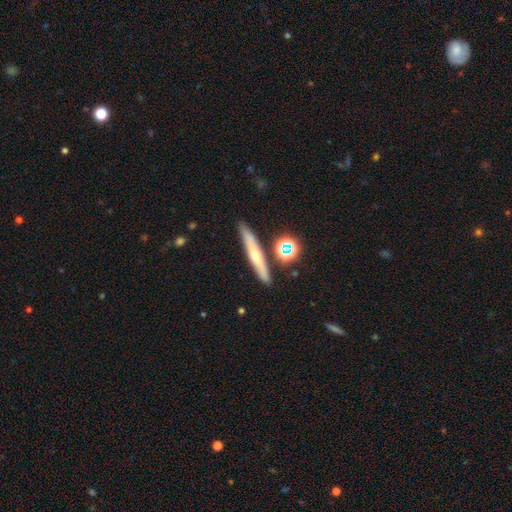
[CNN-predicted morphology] smooth-or-featured: featured or disk: 60% | smooth: 30% | star or artifact: 10%
  disk-edge-on: yes: 93% | no: 7%
    edge-on-bulge: rounded: 81% | none: 14% | boxy: 5%
  merging: none: 77% | merger: 10% | minor disturbance: 10% | major disturbance: 4%